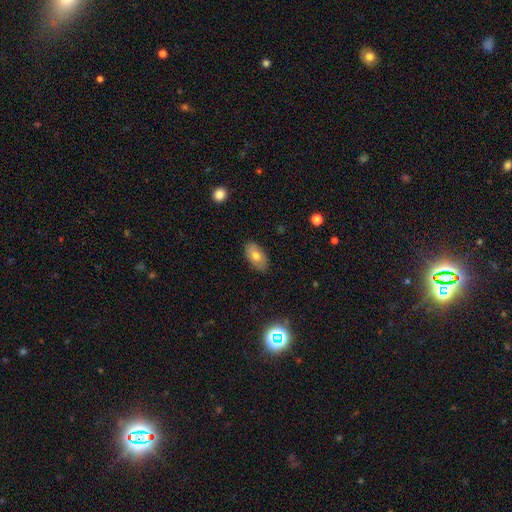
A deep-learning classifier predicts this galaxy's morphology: Smooth or featured: smooth — 72% (featured or disk — 19%)
How rounded: in between — 92% (round — 5%)
Merging: none — 85% (minor disturbance — 11%)